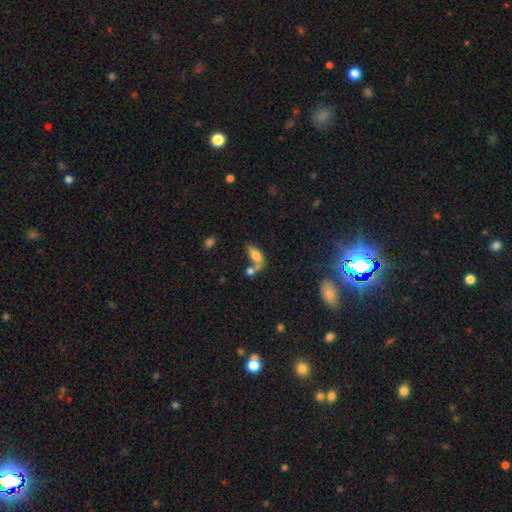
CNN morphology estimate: This is likely a smooth galaxy (77%). How rounded: clearly in between (86%). Merging: marginally merger (40%).